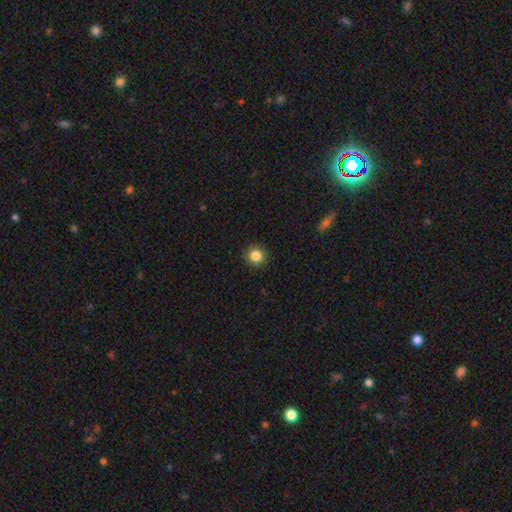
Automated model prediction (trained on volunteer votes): Morphology: type=smooth (86%); roundness=round (94%); merging=none (92%).